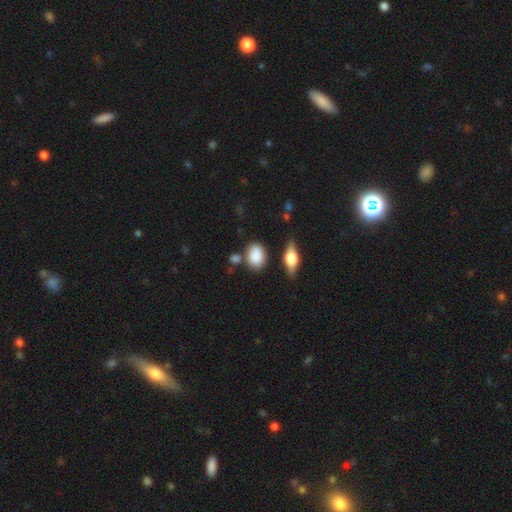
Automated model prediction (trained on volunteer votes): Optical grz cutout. It shows a smooth galaxy with no disk features (84%) that is in between round and cigar-shaped (70%). Merging: none (67%).